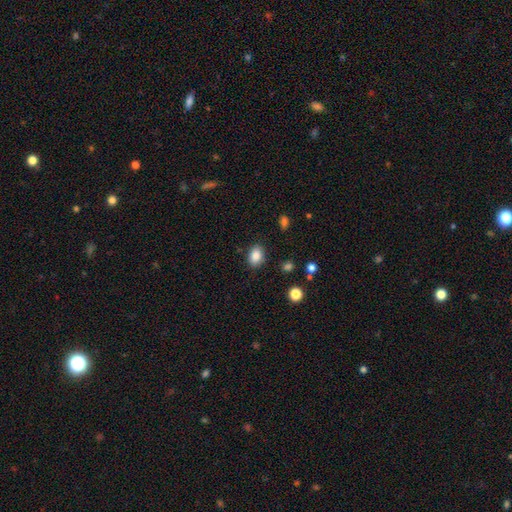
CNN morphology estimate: This appears to be a smooth galaxy with no disk features (86%) that is in between round and cigar-shaped (78%). Merging: none (85%).